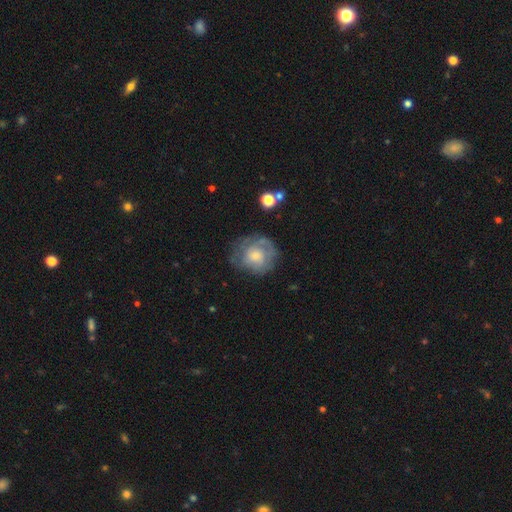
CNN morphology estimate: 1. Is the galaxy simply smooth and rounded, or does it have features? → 47% featured or disk, 45% smooth, 7% star or artifact.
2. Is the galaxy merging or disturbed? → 59% none, 25% minor disturbance, 15% major disturbance, 2% merger.